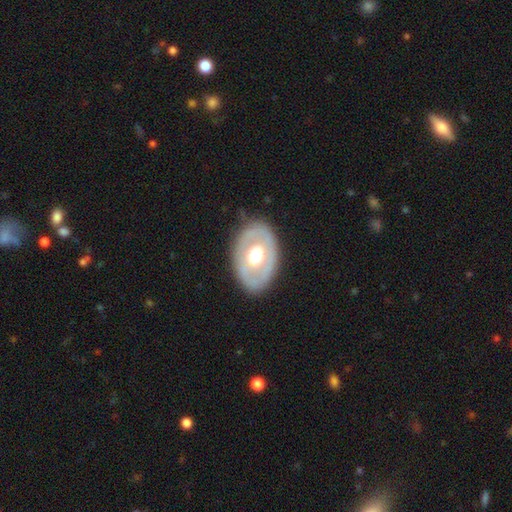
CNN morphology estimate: This appears to be a featured or disk galaxy (53%). Merging: none (80%).